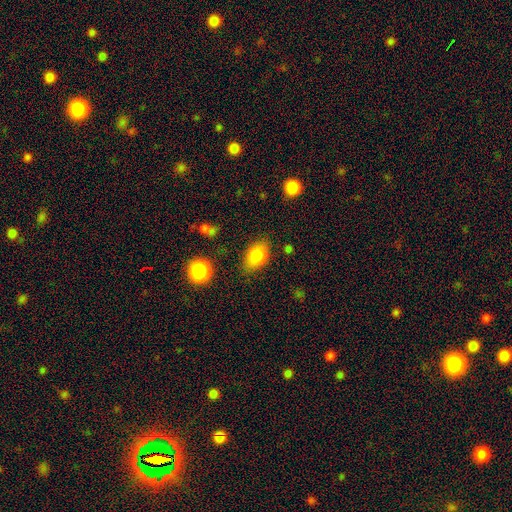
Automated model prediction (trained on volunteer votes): Smooth or featured? smooth (83%)
How rounded? in between (84%)
Merging? none (78%)